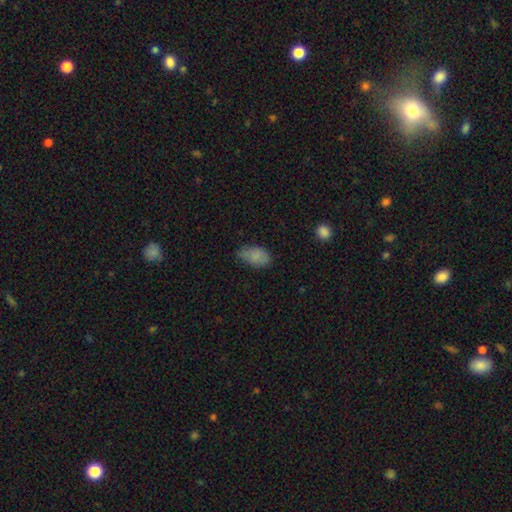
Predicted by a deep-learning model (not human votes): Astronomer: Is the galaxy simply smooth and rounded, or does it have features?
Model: smooth — 83%.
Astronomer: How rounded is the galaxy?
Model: in between — 92%.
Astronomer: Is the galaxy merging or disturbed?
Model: none — 59%.